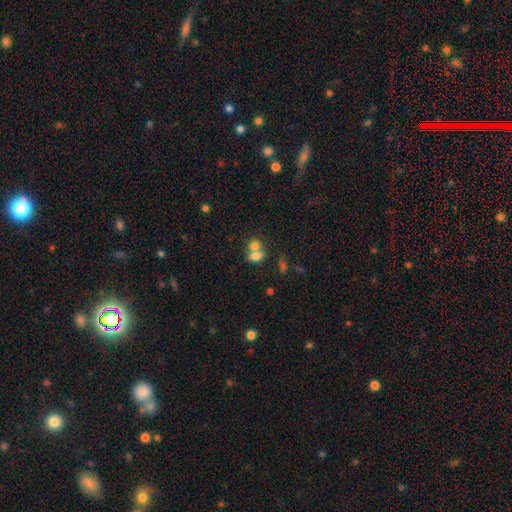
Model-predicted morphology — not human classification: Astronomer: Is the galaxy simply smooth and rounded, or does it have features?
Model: smooth — 75%.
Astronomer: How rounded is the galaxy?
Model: in between — 63%.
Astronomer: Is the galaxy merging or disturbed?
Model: merger — 60%.